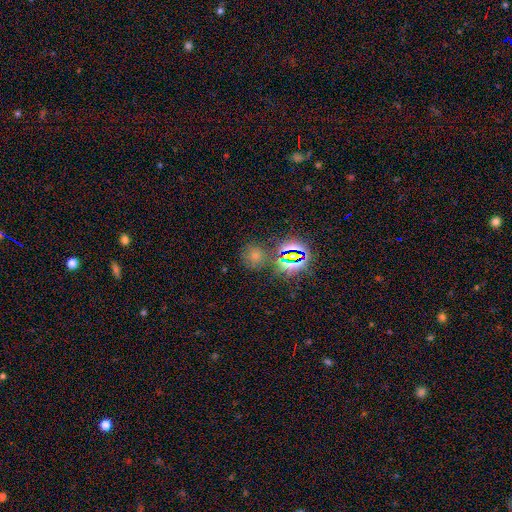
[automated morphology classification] Smooth or featured?
  - smooth: 56% *
  - star or artifact: 37%
  - featured or disk: 8%
How rounded?
  - round: 87% *
  - in between: 12%
  - cigar-shaped: 1%
Merging?
  - none: 76% *
  - minor disturbance: 11%
  - merger: 7%
  - major disturbance: 5%